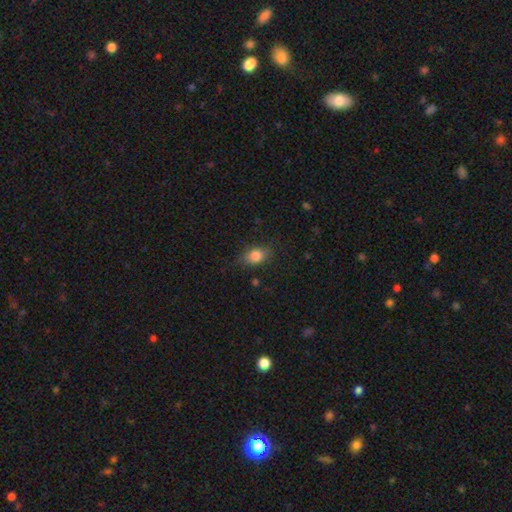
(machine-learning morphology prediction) The model was most divided on "how rounded": in between: 74%, round: 24%, cigar-shaped: 3%. More confident: smooth or featured — smooth (82%); merging — none (80%).